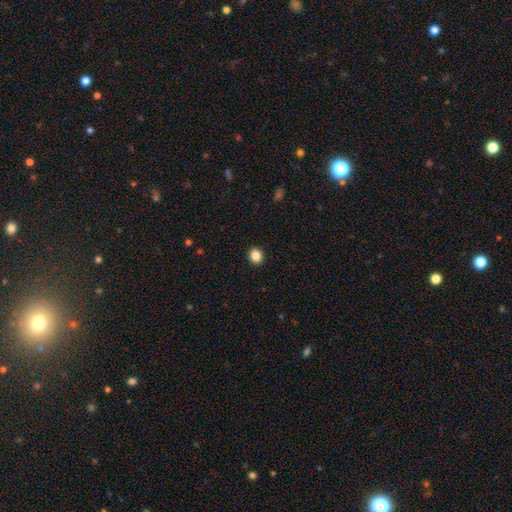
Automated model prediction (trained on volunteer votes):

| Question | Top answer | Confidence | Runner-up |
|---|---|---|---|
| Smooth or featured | smooth | 86% | star or artifact (10%) |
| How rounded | round | 76% | in between (23%) |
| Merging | none | 92% | minor disturbance (5%) |